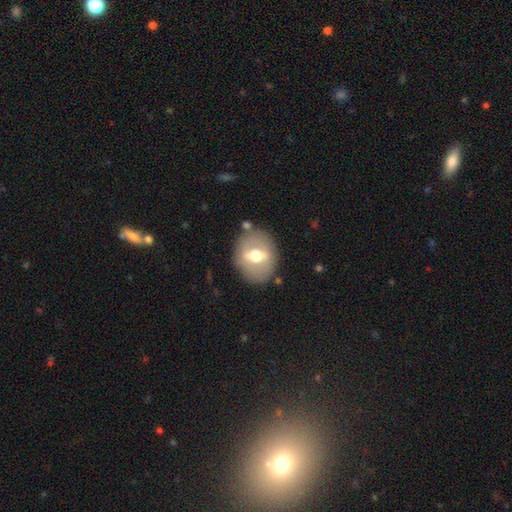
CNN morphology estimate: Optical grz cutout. It shows a featured or disk galaxy (55%). Merging: none (81%).